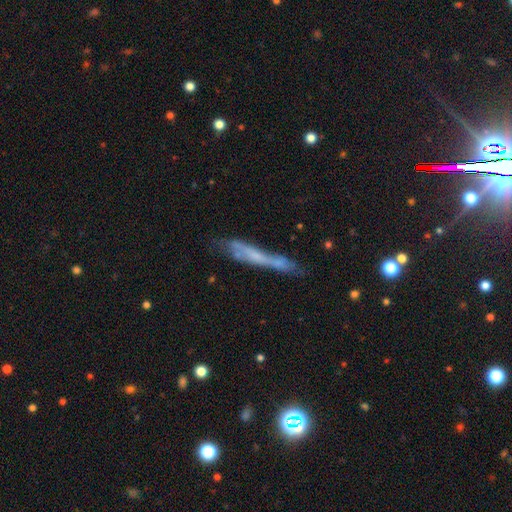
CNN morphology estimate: Smooth or featured? featured or disk (51%)
Edge-on disk? yes (71%)
Merging? none (53%)